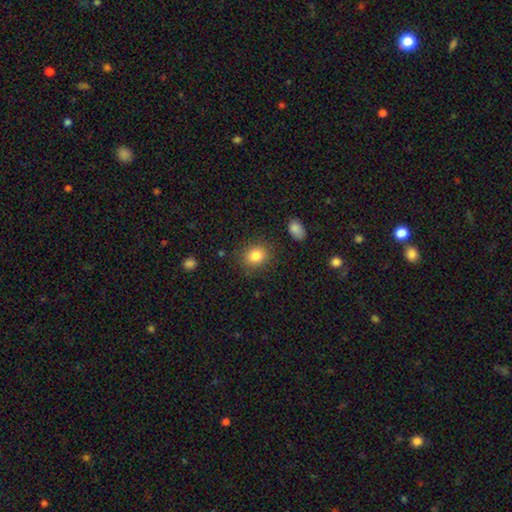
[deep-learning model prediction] A smooth galaxy with no disk features (84%) that is round (62%).

Vote fractions:
- Smooth or featured? smooth: 84% / star or artifact: 10% / featured or disk: 7%
- How rounded? round: 62% / in between: 37% / cigar-shaped: 1%
- Merging? none: 85% / minor disturbance: 10% / major disturbance: 3% / merger: 2%